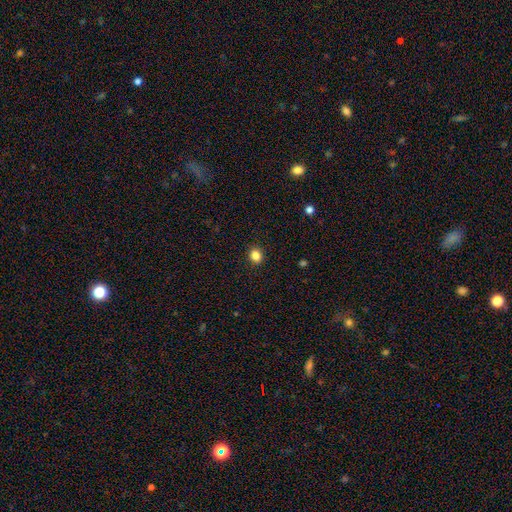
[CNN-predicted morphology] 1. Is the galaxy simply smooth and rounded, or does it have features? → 84% smooth, 12% star or artifact, 4% featured or disk.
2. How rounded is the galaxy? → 72% round, 27% in between, 1% cigar-shaped.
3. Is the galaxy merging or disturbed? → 91% none, 6% minor disturbance, 2% major disturbance, 1% merger.